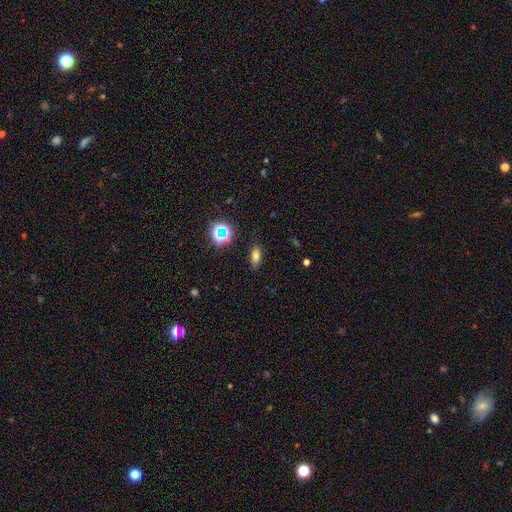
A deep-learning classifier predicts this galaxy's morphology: Smooth or featured?
  - smooth: 70% *
  - star or artifact: 19%
  - featured or disk: 11%
How rounded?
  - in between: 81% *
  - cigar-shaped: 11%
  - round: 8%
Merging?
  - none: 86% *
  - minor disturbance: 10%
  - major disturbance: 3%
  - merger: 2%